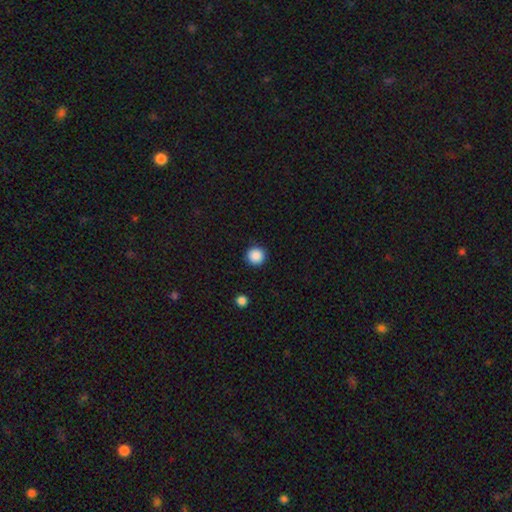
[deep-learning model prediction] Overall: smooth (88%). How rounded: round (95%). Merging: none (92%).